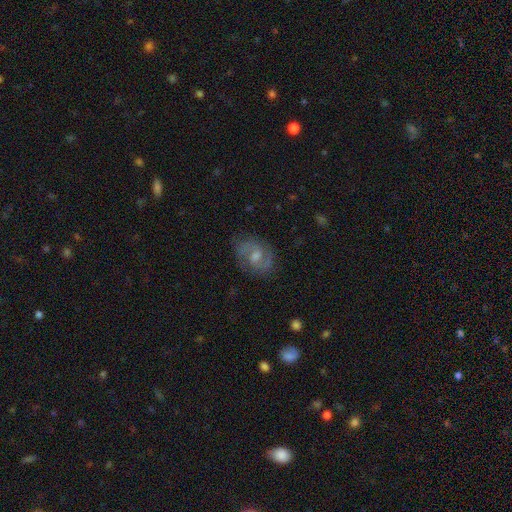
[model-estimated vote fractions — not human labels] This appears to be a featured or disk galaxy (80%) with a weak bar (52%), 2 (89%) medium (54%) spiral arms (94%) and a moderate central bulge (57%). Merging: none (83%).